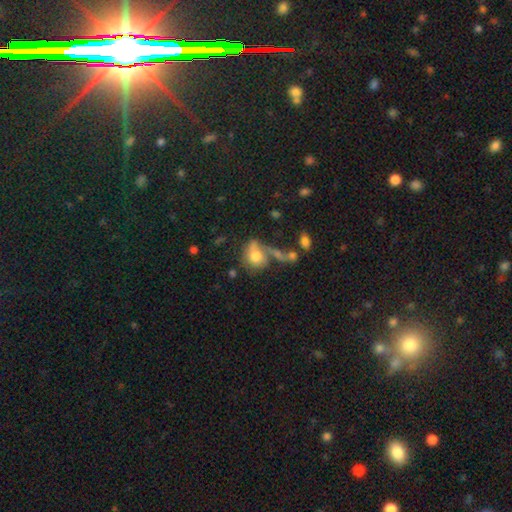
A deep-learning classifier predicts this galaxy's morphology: smooth 69%, featured or disk 20%, star or artifact 11%. Down the decision tree: how rounded — round (61%); merging — none (37%).